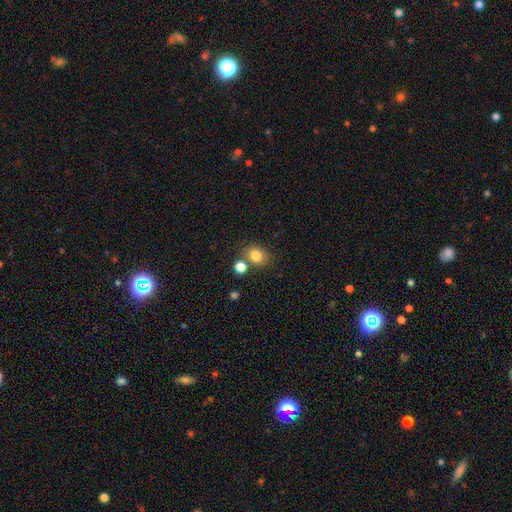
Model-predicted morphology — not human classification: smooth-or-featured: smooth: 82% | star or artifact: 12% | featured or disk: 7%
  how-rounded: round: 58% | in between: 42% | cigar-shaped: 1%
  merging: none: 69% | merger: 16% | minor disturbance: 11% | major disturbance: 4%